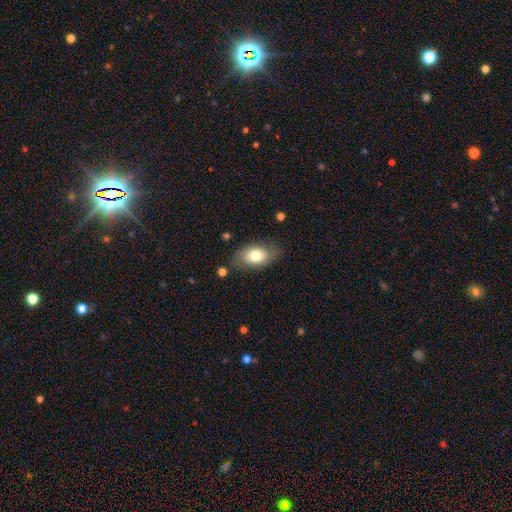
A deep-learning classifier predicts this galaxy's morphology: Smooth or featured: smooth — 72% (featured or disk — 20%)
How rounded: in between — 88% (round — 10%)
Merging: none — 74% (minor disturbance — 18%)